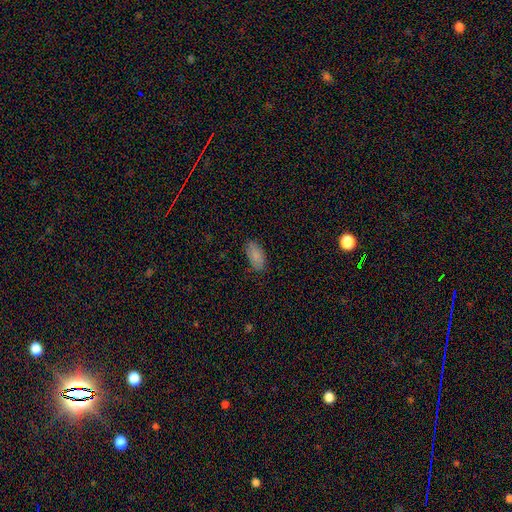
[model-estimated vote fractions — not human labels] Smooth or featured?
  - smooth: 86% *
  - star or artifact: 8%
  - featured or disk: 6%
How rounded?
  - in between: 94% *
  - cigar-shaped: 4%
  - round: 2%
Merging?
  - none: 84% *
  - minor disturbance: 13%
  - major disturbance: 3%
  - merger: 1%